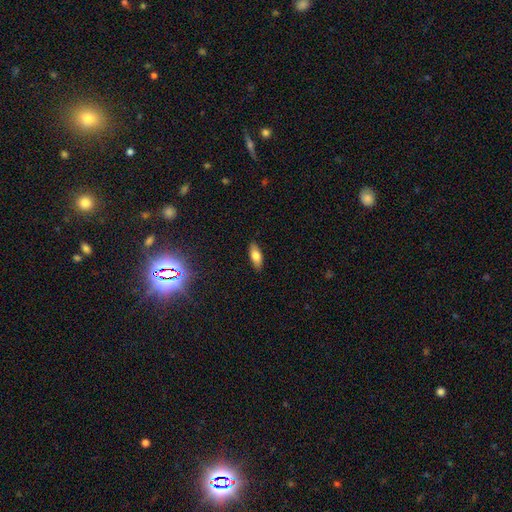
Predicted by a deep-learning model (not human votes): Q: Smooth or featured?
A: smooth (75%); runner-up: featured or disk (16%)
Q: How rounded?
A: in between (79%); runner-up: cigar-shaped (18%)
Q: Merging?
A: none (87%); runner-up: minor disturbance (10%)